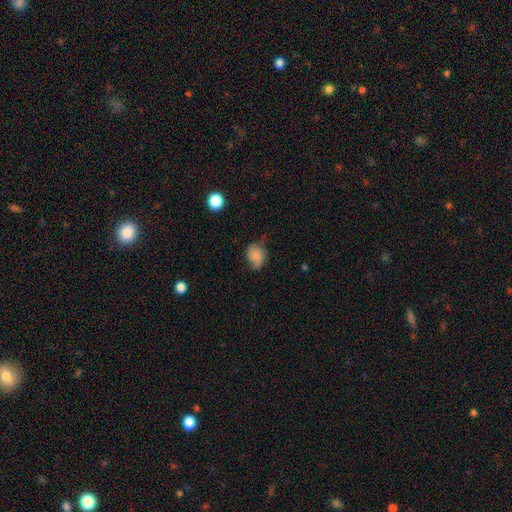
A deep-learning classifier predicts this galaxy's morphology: Q: Smooth or featured?
A: smooth (73%); runner-up: featured or disk (17%)
Q: How rounded?
A: in between (52%); runner-up: round (47%)
Q: Merging?
A: none (53%); runner-up: minor disturbance (34%)